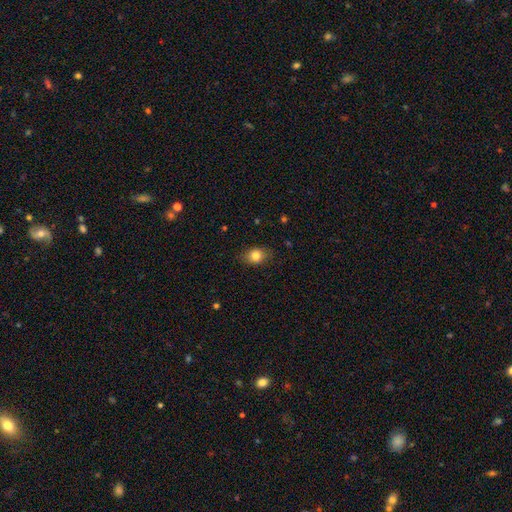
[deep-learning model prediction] smooth 82%, star or artifact 9%, featured or disk 9%. Down the decision tree: how rounded — in between (65%); merging — none (80%).